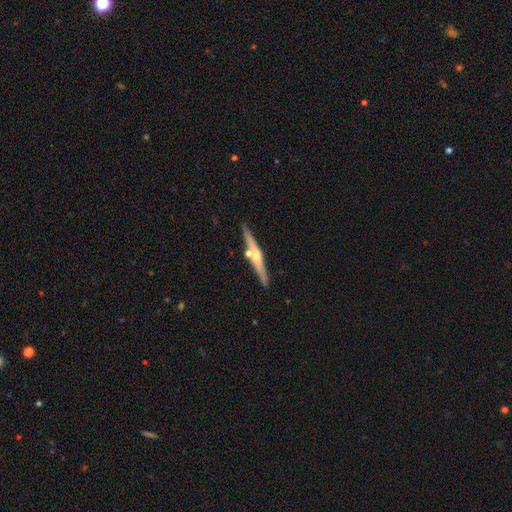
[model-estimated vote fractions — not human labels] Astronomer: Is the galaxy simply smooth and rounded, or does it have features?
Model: featured or disk — 66%.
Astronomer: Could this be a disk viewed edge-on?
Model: yes — 96%.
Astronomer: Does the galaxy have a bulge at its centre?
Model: rounded — 84%.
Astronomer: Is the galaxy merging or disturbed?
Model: none — 79%.